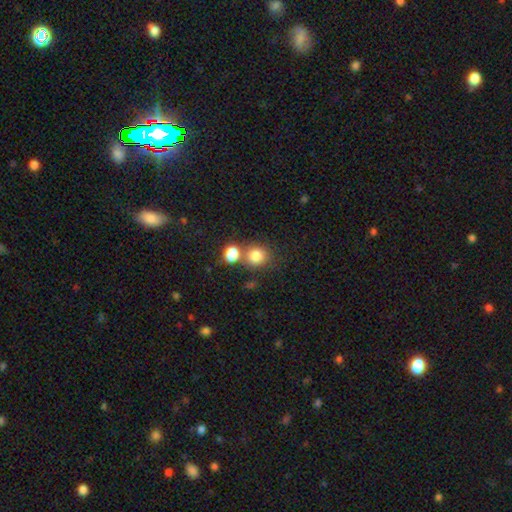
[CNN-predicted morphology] This is clearly a smooth galaxy (81%). How rounded: clearly round (84%). Merging: possibly none (59%).